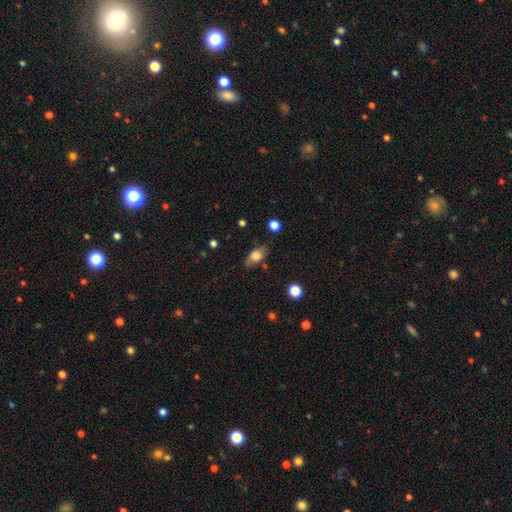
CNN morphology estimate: A smooth galaxy with no disk features (71%) that is in between round and cigar-shaped (83%). Merging: none (77%).